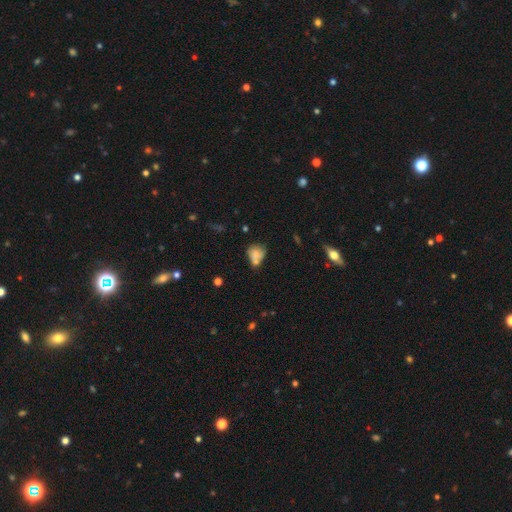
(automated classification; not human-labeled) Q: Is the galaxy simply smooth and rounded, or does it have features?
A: smooth — 65%.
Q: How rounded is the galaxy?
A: in between — 50%.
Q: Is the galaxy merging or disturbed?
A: merger — 37%.